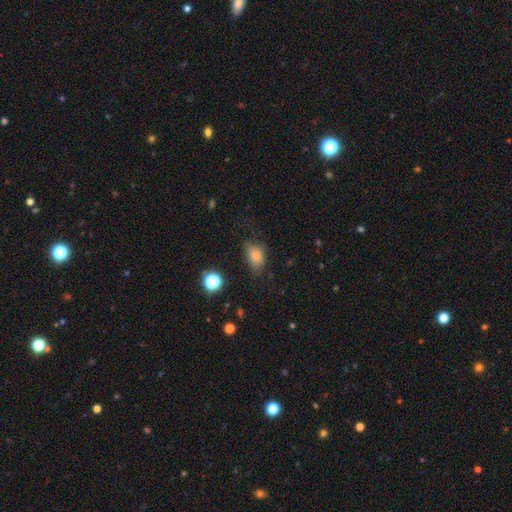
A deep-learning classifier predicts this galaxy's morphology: smooth-or-featured: smooth: 80% | star or artifact: 12% | featured or disk: 8%
  how-rounded: in between: 80% | round: 18% | cigar-shaped: 2%
  merging: none: 52% | minor disturbance: 32% | major disturbance: 14% | merger: 2%